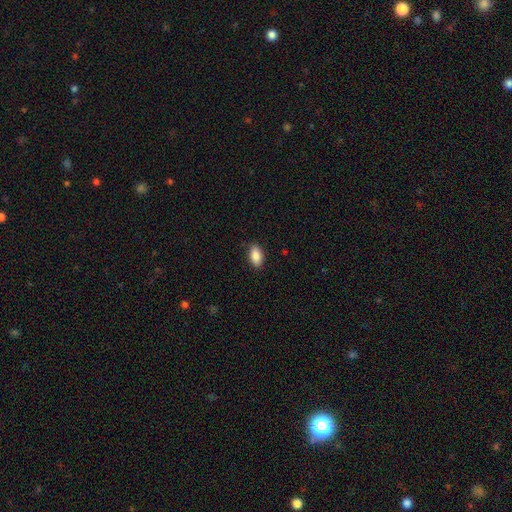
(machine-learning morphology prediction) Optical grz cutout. It shows a smooth galaxy with no disk features (88%) that is in between round and cigar-shaped (92%). Merging: none (87%).